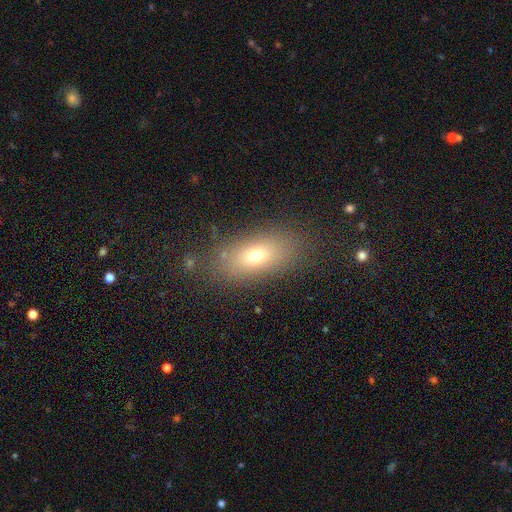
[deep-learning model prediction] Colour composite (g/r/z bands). It shows a smooth galaxy with no disk features (70%) that is in between round and cigar-shaped (82%). Merging: none (82%).